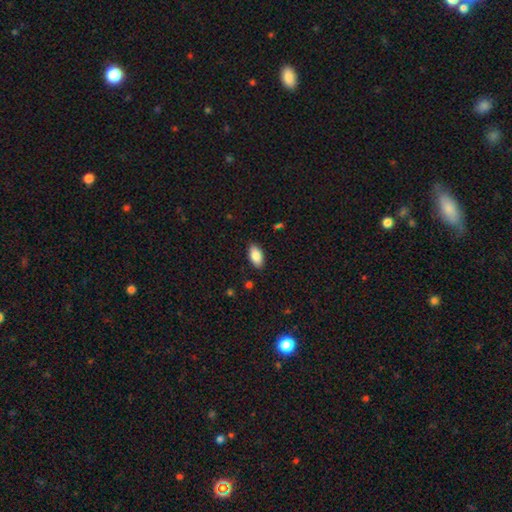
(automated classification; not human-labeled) Smooth or featured?
  - smooth: 87% *
  - star or artifact: 7%
  - featured or disk: 6%
How rounded?
  - in between: 93% *
  - cigar-shaped: 4%
  - round: 3%
Merging?
  - none: 86% *
  - minor disturbance: 11%
  - major disturbance: 2%
  - merger: 1%